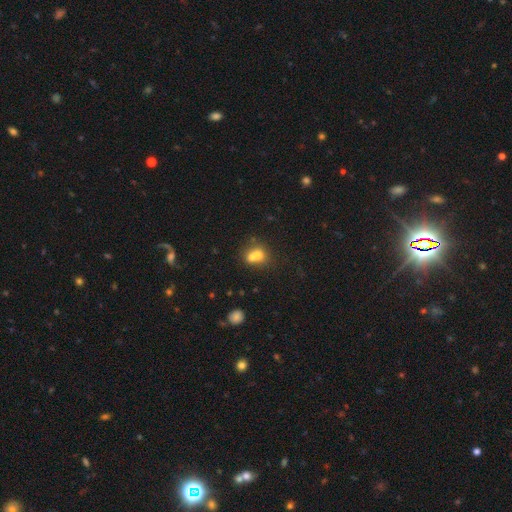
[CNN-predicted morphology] This appears to be a smooth galaxy with no disk features (68%) that is round (59%). Merging: merger (61%).